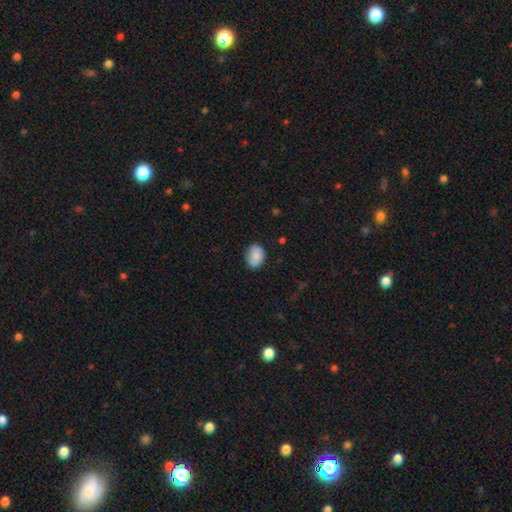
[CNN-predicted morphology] This appears to be a smooth galaxy with no disk features (85%) that is in between round and cigar-shaped (69%). Merging: none (78%).